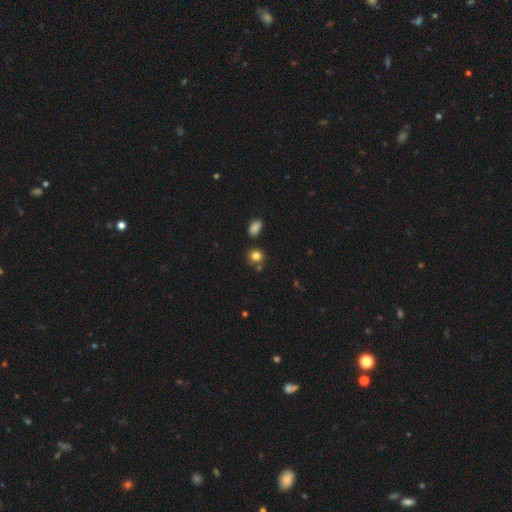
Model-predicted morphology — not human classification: smooth 82%, star or artifact 12%, featured or disk 6%. Down the decision tree: how rounded — round (80%); merging — none (76%).